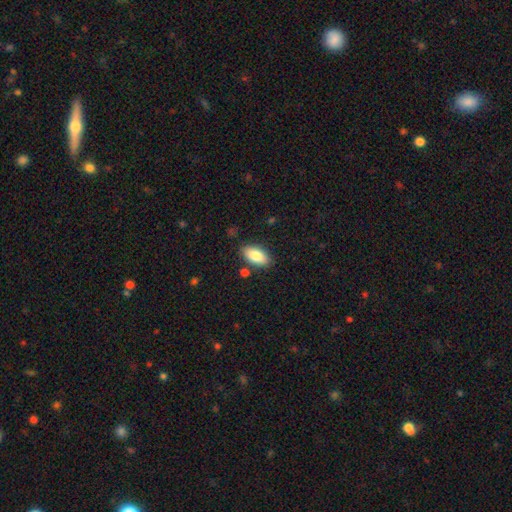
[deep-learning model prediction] A smooth galaxy with no disk features (84%) that is in between round and cigar-shaped (92%).

Vote fractions:
- Smooth or featured? smooth: 84% / featured or disk: 9% / star or artifact: 7%
- How rounded? in between: 92% / cigar-shaped: 5% / round: 3%
- Merging? none: 83% / minor disturbance: 11% / merger: 3% / major disturbance: 2%